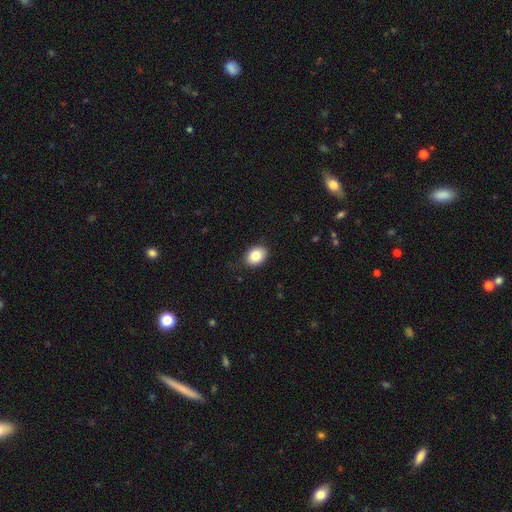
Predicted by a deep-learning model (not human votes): Morphology: type=smooth (84%); roundness=in between (68%); merging=none (85%).